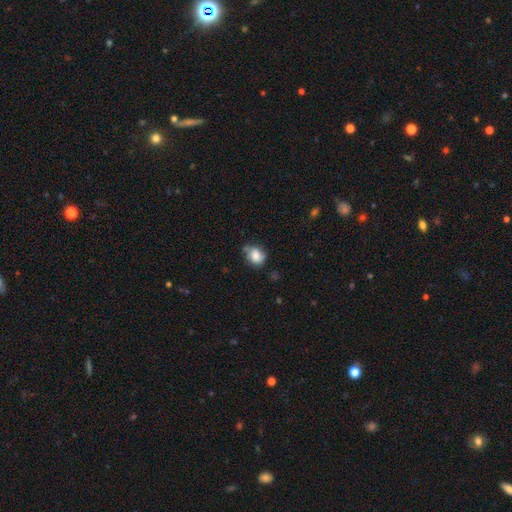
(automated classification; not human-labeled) The model was most divided on "how rounded": round: 54%, in between: 45%, cigar-shaped: 1%. More confident: smooth or featured — smooth (70%); merging — none (53%).